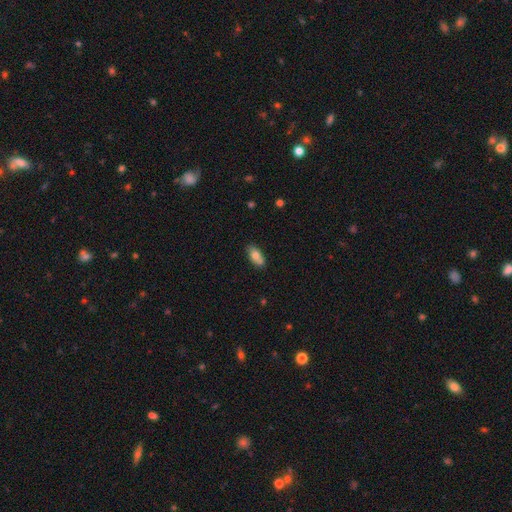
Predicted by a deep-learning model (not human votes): smooth 74%, featured or disk 19%, star or artifact 8%. Down the decision tree: how rounded — in between (88%); merging — none (66%).